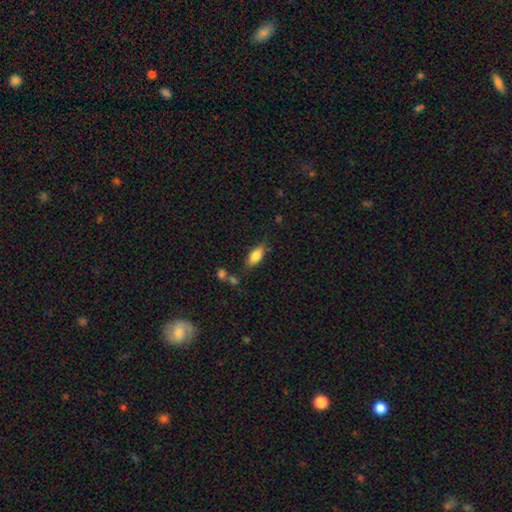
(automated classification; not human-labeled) Morphology: type=smooth (81%); roundness=in between (84%); merging=none (74%).